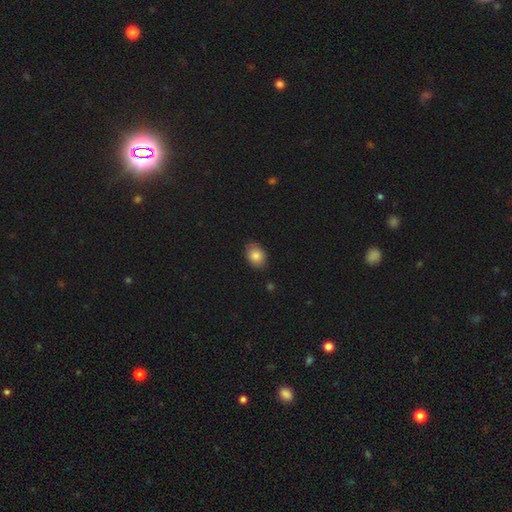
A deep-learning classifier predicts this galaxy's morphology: smooth 84%, star or artifact 8%, featured or disk 8%. Down the decision tree: how rounded — in between (68%); merging — none (81%).